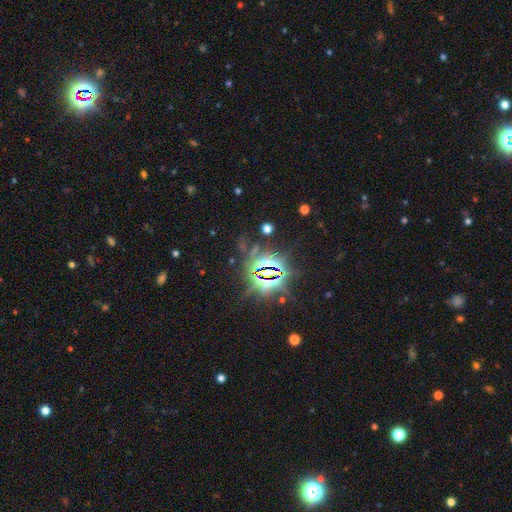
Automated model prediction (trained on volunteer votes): star or artifact 85%, smooth 8%, featured or disk 7%.